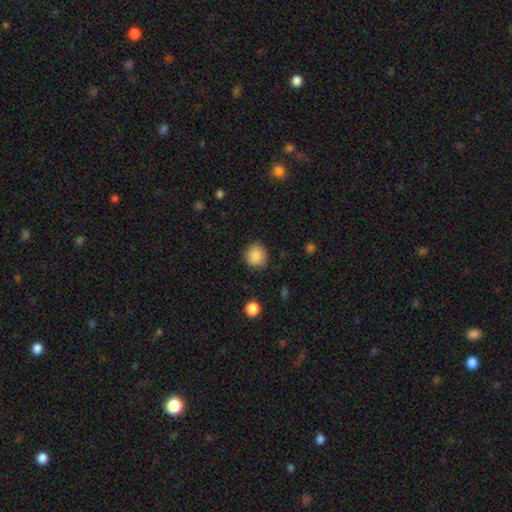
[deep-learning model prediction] Smooth or featured?
  - smooth: 87% *
  - star or artifact: 9%
  - featured or disk: 4%
How rounded?
  - round: 89% *
  - in between: 10%
  - cigar-shaped: 1%
Merging?
  - none: 86% *
  - minor disturbance: 10%
  - major disturbance: 3%
  - merger: 1%